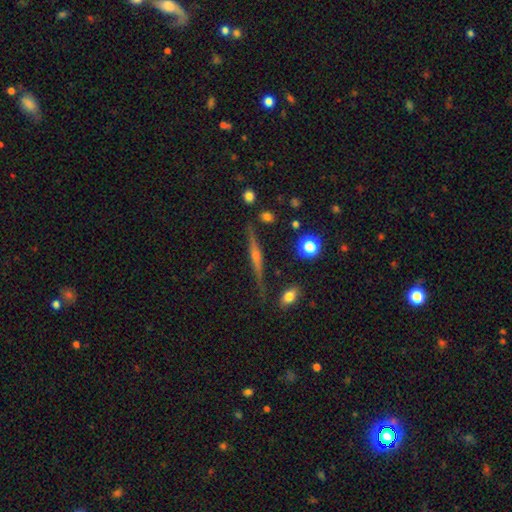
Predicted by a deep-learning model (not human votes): Smooth or featured: featured or disk — 67% (smooth — 24%)
Edge-on disk: yes — 97% (no — 3%)
Edge-on bulge: rounded — 61% (none — 22%)
Merging: none — 84% (minor disturbance — 11%)